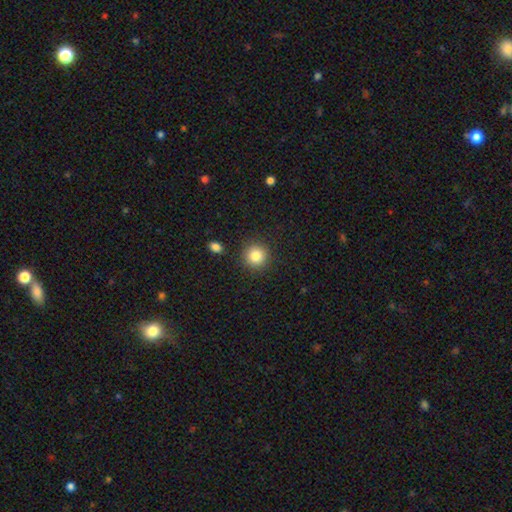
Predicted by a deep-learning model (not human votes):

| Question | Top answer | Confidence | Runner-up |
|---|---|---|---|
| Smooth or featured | smooth | 84% | star or artifact (10%) |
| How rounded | round | 93% | in between (6%) |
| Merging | none | 89% | minor disturbance (6%) |